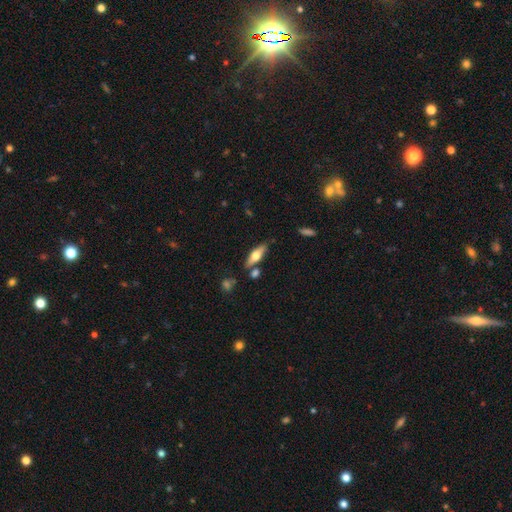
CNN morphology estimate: type=smooth (48%); merging=none (77%).